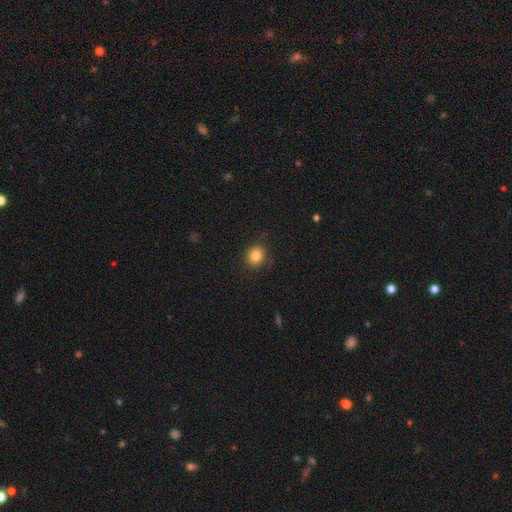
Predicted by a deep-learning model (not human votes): Smooth or featured? smooth (82%)
How rounded? round (76%)
Merging? none (85%)